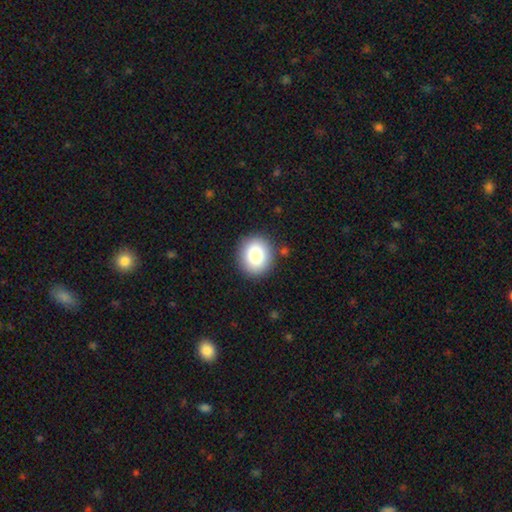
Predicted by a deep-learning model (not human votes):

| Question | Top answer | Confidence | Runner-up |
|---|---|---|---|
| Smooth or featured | smooth | 82% | star or artifact (9%) |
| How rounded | round | 77% | in between (22%) |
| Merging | none | 88% | minor disturbance (8%) |